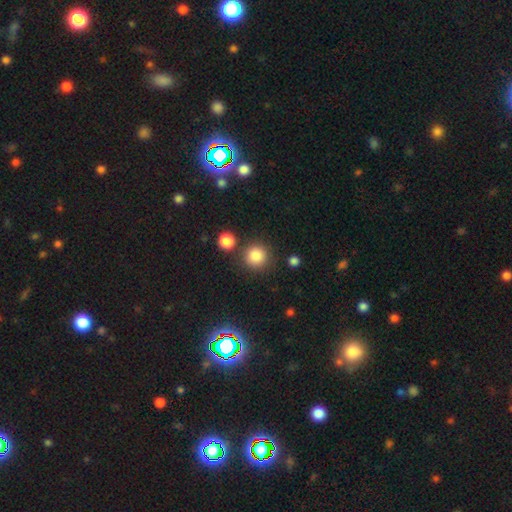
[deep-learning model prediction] Smooth or featured? Predicted: smooth (p=0.84). How rounded? Predicted: round (p=0.93). Merging? Predicted: none (p=0.80).